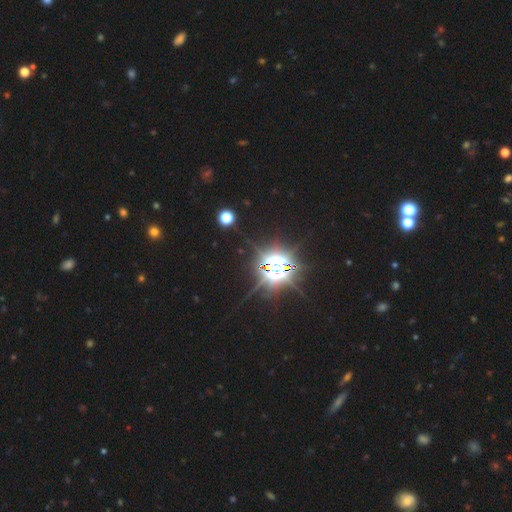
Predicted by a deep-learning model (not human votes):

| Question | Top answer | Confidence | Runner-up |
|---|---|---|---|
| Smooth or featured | star or artifact | 85% | smooth (10%) |